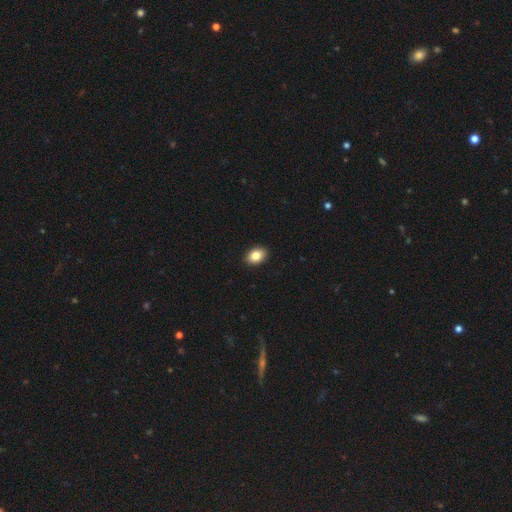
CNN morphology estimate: Overall: smooth (84%). How rounded: in between (78%). Merging: none (92%).